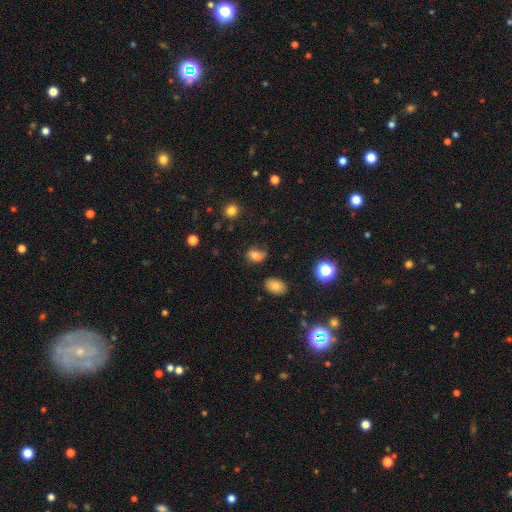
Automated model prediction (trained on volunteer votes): smooth-or-featured: smooth: 70% | star or artifact: 17% | featured or disk: 14%
  how-rounded: in between: 69% | round: 29% | cigar-shaped: 2%
  merging: none: 47% | minor disturbance: 25% | major disturbance: 17% | merger: 10%